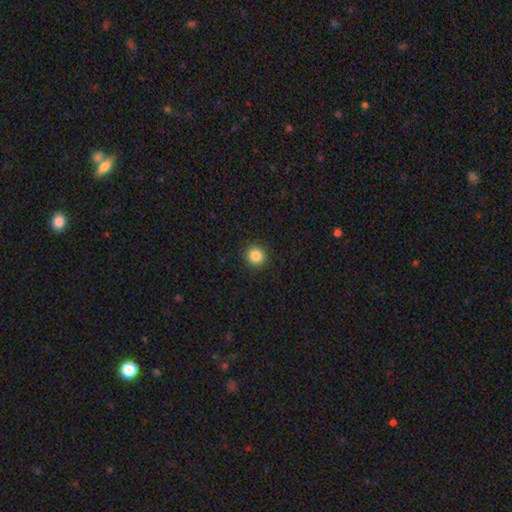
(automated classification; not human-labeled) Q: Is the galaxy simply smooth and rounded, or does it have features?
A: smooth — 85%.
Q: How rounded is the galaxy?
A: round — 94%.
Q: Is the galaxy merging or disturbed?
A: none — 93%.